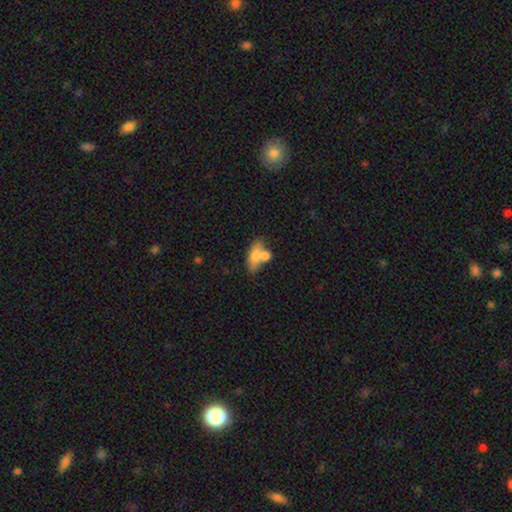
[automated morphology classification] smooth 71%, featured or disk 20%, star or artifact 8%. Down the decision tree: how rounded — in between (81%); merging — merger (42%).